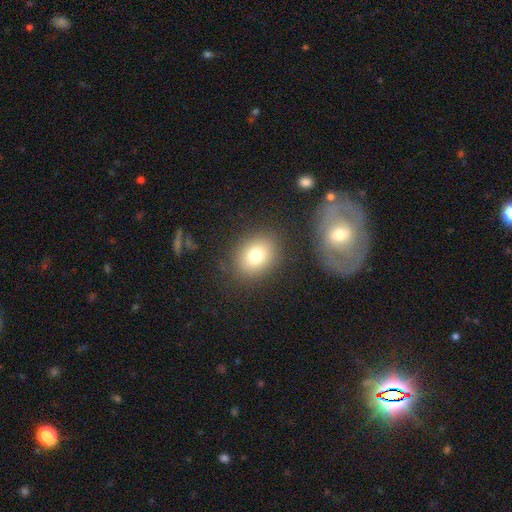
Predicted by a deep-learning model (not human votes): smooth_or_featured: smooth (p=0.76) [alt: star or artifact p=0.13]
how_rounded: round (p=0.54) [alt: in between p=0.45]
merging: none (p=0.84) [alt: minor disturbance p=0.09]